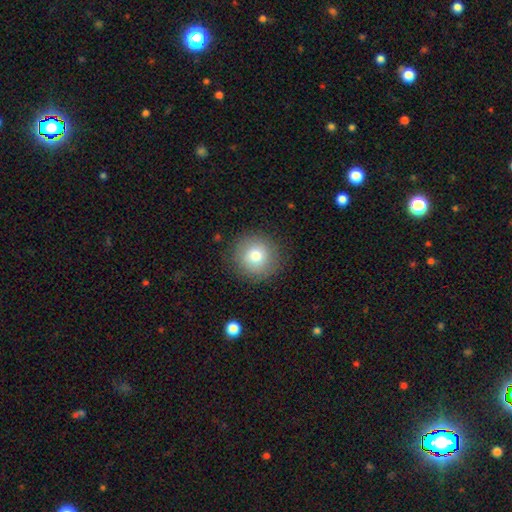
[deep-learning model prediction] Overall: smooth (78%). How rounded: round (94%). Merging: none (87%).